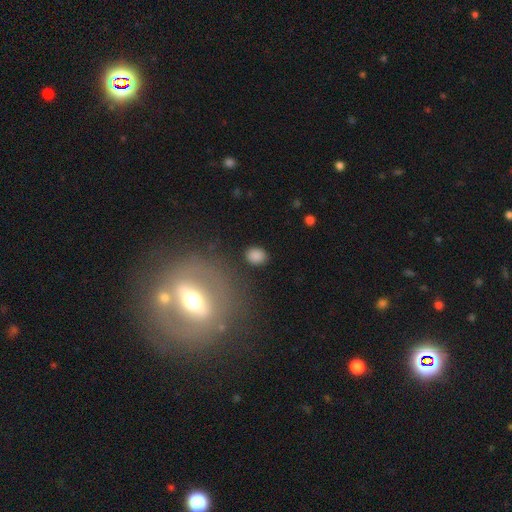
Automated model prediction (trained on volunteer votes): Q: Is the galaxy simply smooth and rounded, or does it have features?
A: smooth — 85%.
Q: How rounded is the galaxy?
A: round — 51%.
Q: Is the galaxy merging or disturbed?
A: none — 86%.